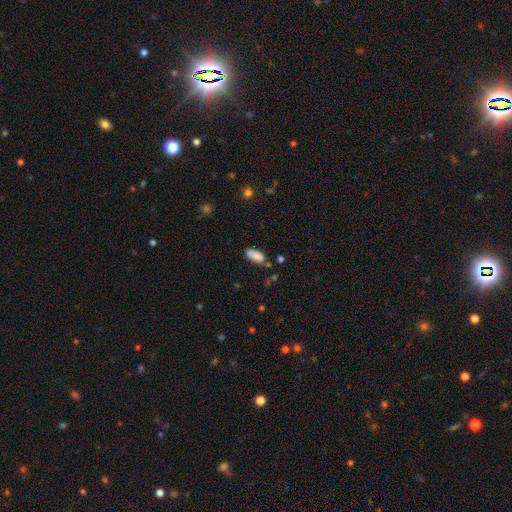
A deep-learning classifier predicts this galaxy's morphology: This appears to be a smooth galaxy with no disk features (86%) that is in between round and cigar-shaped (86%). Merging: none (71%).